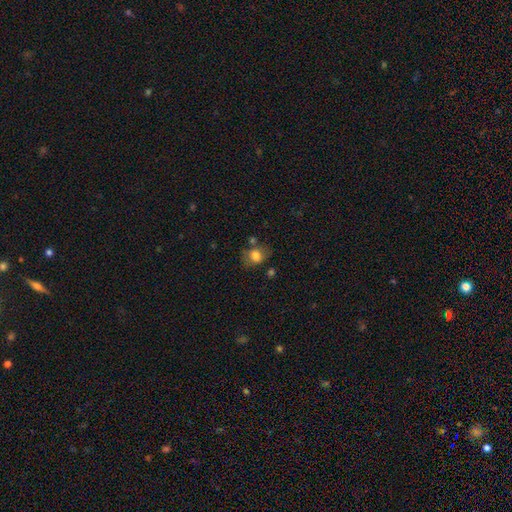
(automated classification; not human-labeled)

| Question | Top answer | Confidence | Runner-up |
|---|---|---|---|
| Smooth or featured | smooth | 76% | featured or disk (15%) |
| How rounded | in between | 51% | round (48%) |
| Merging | none | 60% | minor disturbance (22%) |